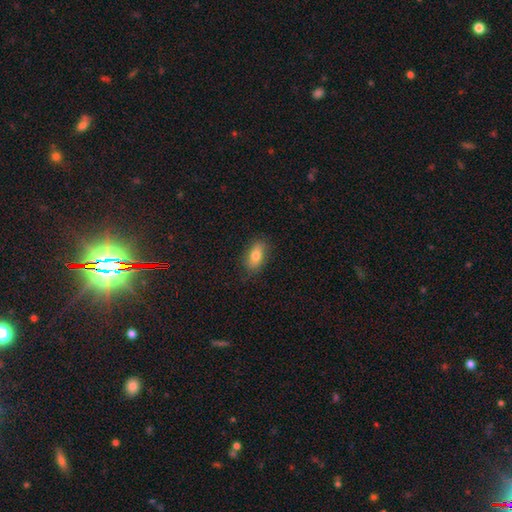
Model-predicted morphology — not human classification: This appears to be a smooth galaxy with no disk features (78%) that is in between round and cigar-shaped (87%). Merging: none (83%).